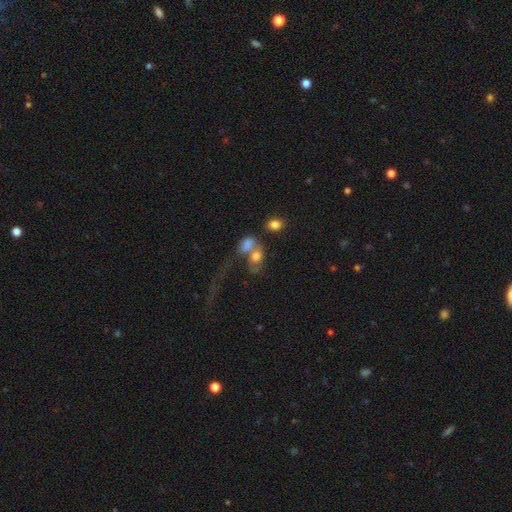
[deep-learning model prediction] Smooth or featured?
  - smooth: 65% *
  - featured or disk: 23%
  - star or artifact: 12%
How rounded?
  - in between: 68% *
  - round: 29%
  - cigar-shaped: 3%
Merging?
  - merger: 60% *
  - none: 19%
  - major disturbance: 14%
  - minor disturbance: 8%